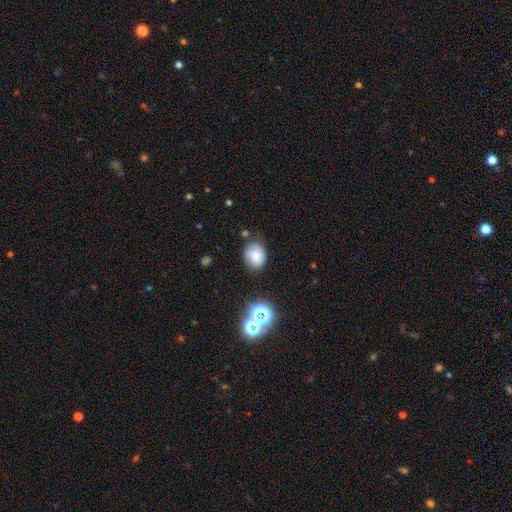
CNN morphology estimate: type=smooth (71%); roundness=round (51%); merging=none (68%).